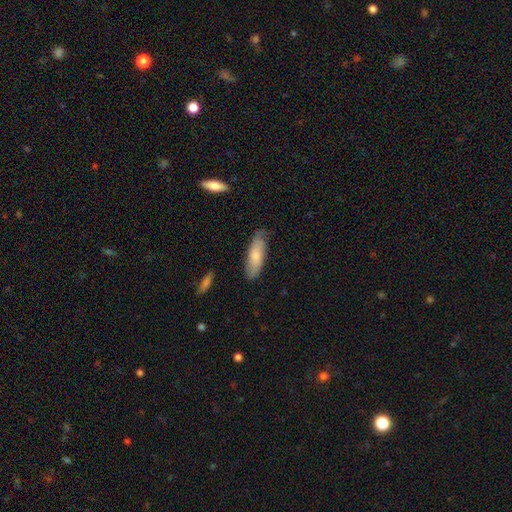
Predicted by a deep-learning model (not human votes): Smooth or featured?
  - smooth: 71% *
  - featured or disk: 23%
  - star or artifact: 6%
How rounded?
  - in between: 54% *
  - cigar-shaped: 44%
  - round: 2%
Merging?
  - none: 71% *
  - minor disturbance: 23%
  - major disturbance: 4%
  - merger: 2%